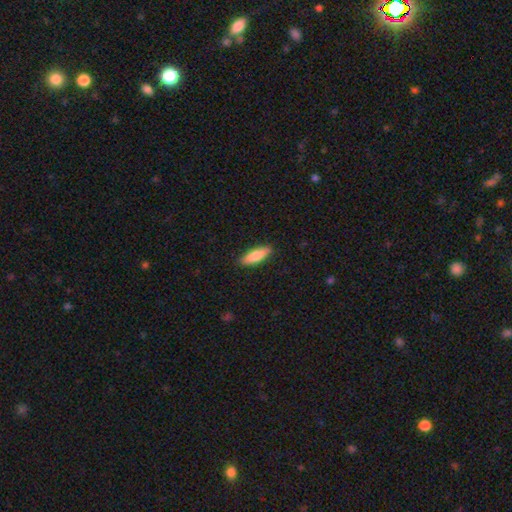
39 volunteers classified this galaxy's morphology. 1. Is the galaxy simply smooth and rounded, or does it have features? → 74% smooth, 15% featured or disk, 10% star or artifact.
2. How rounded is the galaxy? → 66% in between, 34% cigar-shaped, 0% round.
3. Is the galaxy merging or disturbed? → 89% none, 6% major disturbance, 3% minor disturbance, 3% merger.